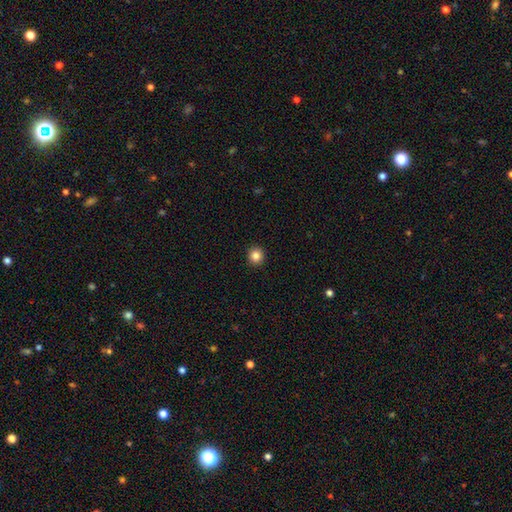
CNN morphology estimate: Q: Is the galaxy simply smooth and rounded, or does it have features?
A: smooth — 85%.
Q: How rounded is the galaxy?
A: round — 92%.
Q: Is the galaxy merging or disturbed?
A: none — 93%.